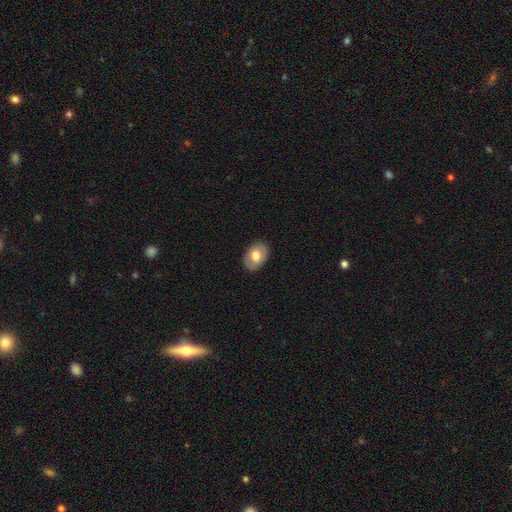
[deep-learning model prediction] Smooth or featured?
  - smooth: 70% *
  - featured or disk: 23%
  - star or artifact: 7%
How rounded?
  - in between: 83% *
  - round: 16%
  - cigar-shaped: 1%
Merging?
  - none: 87% *
  - minor disturbance: 10%
  - major disturbance: 2%
  - merger: 1%